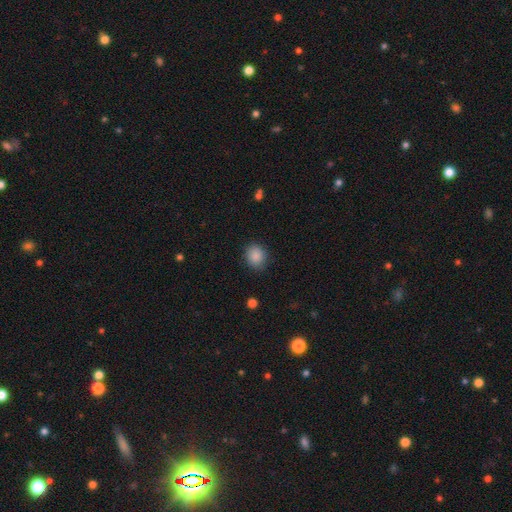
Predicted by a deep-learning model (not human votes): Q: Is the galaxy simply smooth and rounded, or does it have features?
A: smooth — 88%.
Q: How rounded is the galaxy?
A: round — 74%.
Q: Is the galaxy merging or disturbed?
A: none — 85%.